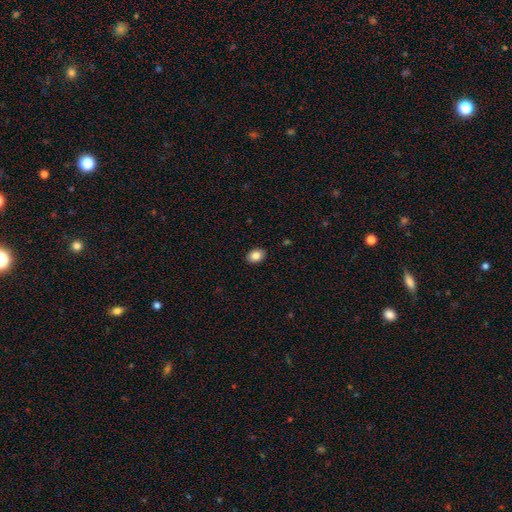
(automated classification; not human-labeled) Smooth or featured? Predicted: smooth (p=0.85). How rounded? Predicted: in between (p=0.72). Merging? Predicted: none (p=0.89).